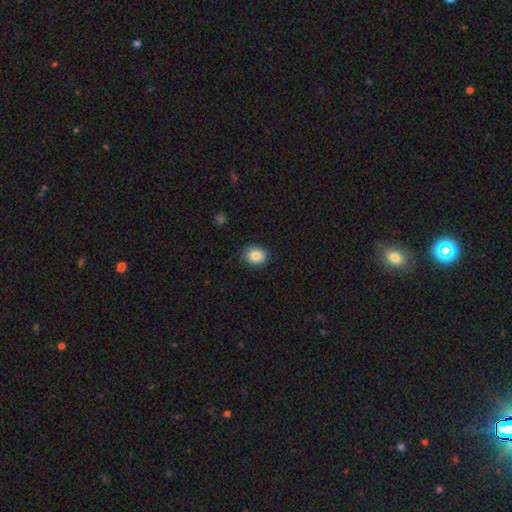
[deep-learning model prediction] Q: Smooth or featured?
A: smooth (86%); runner-up: star or artifact (9%)
Q: How rounded?
A: round (65%); runner-up: in between (34%)
Q: Merging?
A: none (84%); runner-up: minor disturbance (12%)